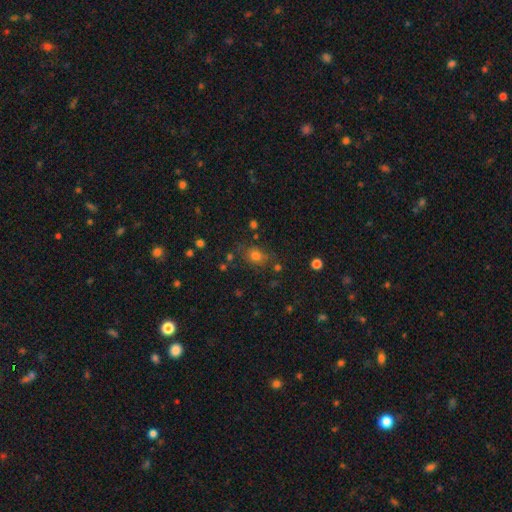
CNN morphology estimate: Smooth or featured? smooth (74%)
How rounded? round (54%)
Merging? none (73%)